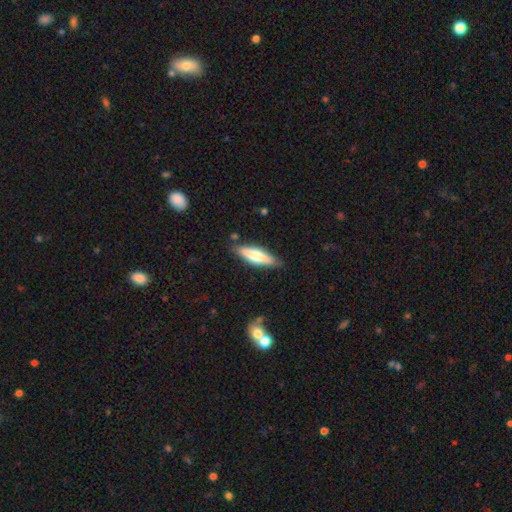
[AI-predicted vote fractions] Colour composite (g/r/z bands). It shows a smooth galaxy with no disk features (58%) that is cigar-shaped (66%). Merging: none (83%).